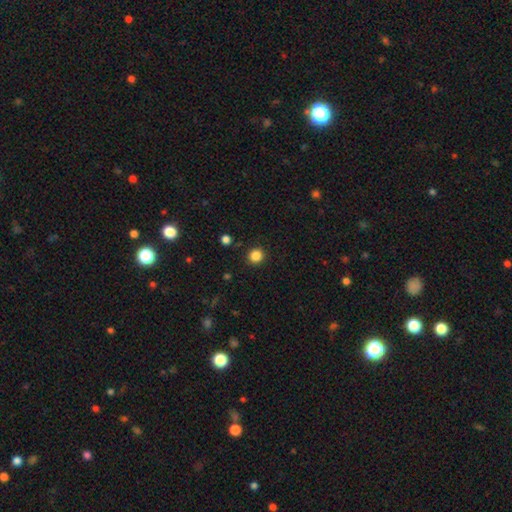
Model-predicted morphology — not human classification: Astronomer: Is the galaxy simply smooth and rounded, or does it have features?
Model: smooth — 85%.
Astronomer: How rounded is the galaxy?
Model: round — 92%.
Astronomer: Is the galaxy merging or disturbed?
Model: none — 91%.